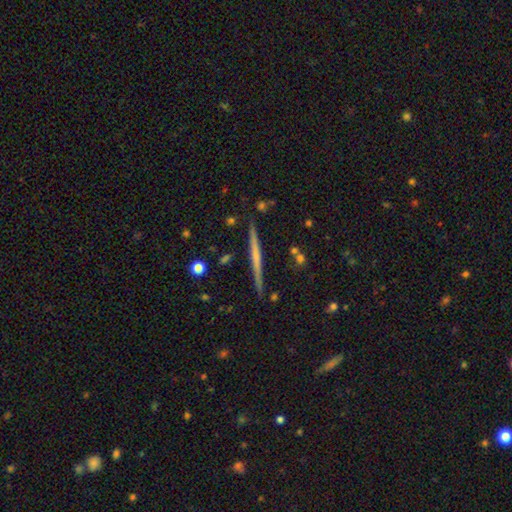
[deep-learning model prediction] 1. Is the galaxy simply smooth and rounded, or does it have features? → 61% featured or disk, 33% smooth, 6% star or artifact.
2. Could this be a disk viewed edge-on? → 98% yes, 2% no.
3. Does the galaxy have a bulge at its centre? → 76% none, 17% rounded, 6% boxy.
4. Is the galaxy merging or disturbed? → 90% none, 7% minor disturbance, 2% merger, 1% major disturbance.